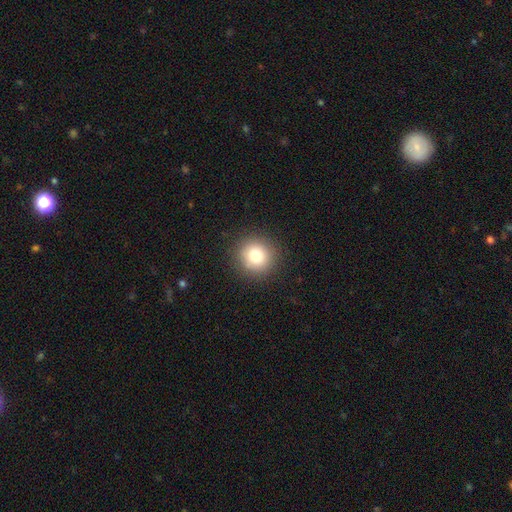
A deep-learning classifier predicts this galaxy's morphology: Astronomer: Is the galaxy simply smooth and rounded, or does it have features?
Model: smooth — 79%.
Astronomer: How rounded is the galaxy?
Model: round — 92%.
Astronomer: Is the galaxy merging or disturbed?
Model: none — 90%.